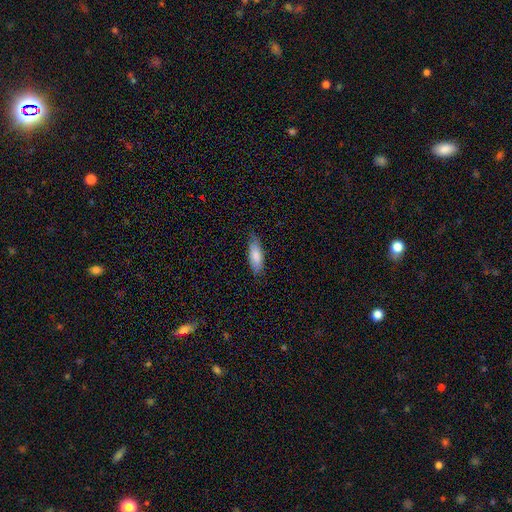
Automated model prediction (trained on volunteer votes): A smooth galaxy with no disk features (82%) that is in between round and cigar-shaped (70%). Merging: none (77%).